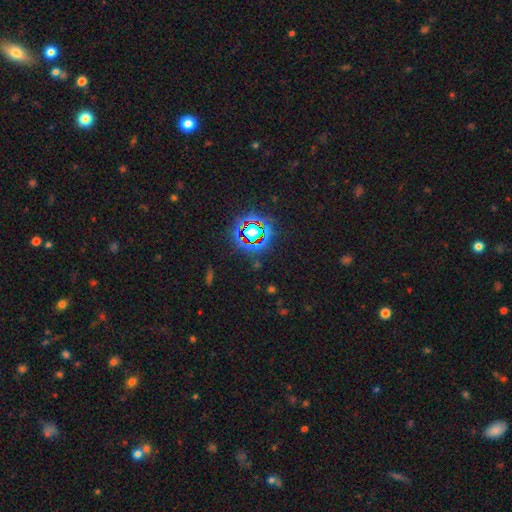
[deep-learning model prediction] Morphology: type=star or artifact (78%).